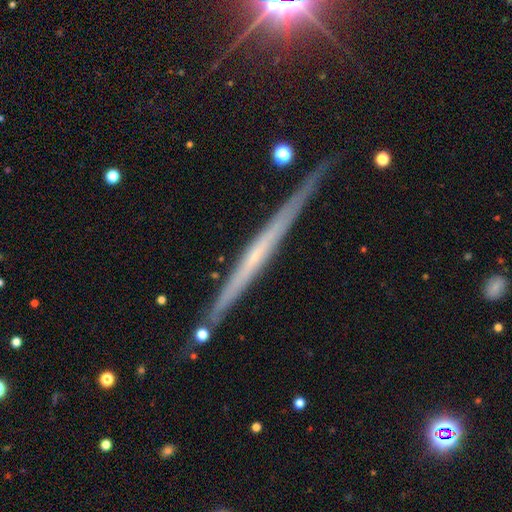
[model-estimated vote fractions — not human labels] Smooth or featured? featured or disk (71%)
Edge-on disk? yes (97%)
Edge-on bulge? none (73%)
Merging? none (86%)